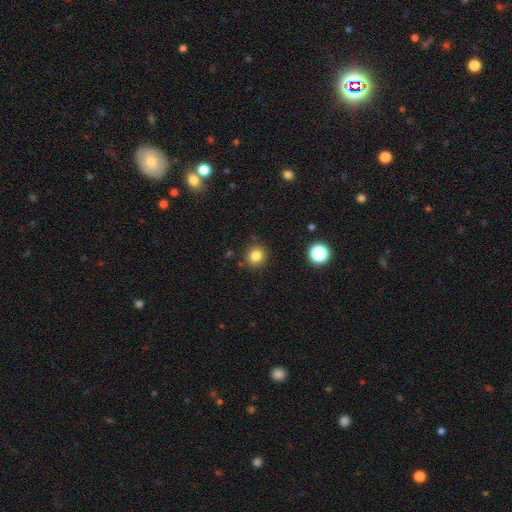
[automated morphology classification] Smooth or featured: smooth — 82% (star or artifact — 13%)
How rounded: round — 87% (in between — 12%)
Merging: none — 87% (minor disturbance — 8%)